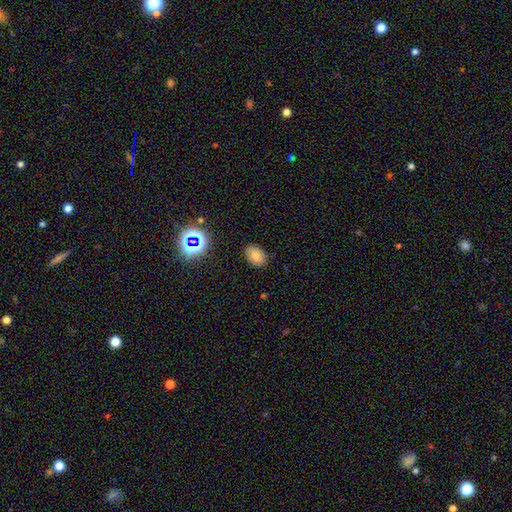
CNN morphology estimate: This is likely a smooth galaxy (79%). How rounded: clearly in between (81%). Merging: clearly none (84%).